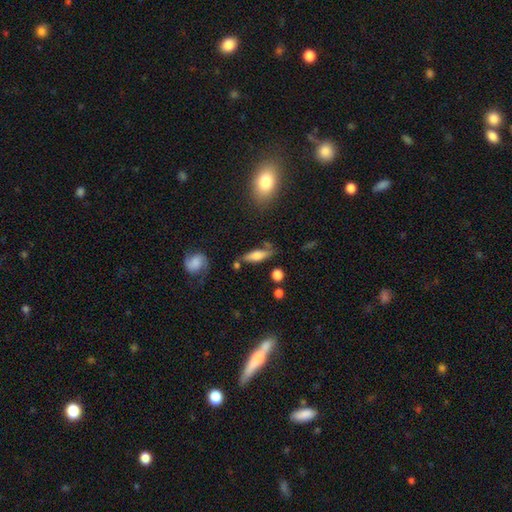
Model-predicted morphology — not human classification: Smooth or featured?
  - smooth: 64% *
  - featured or disk: 29%
  - star or artifact: 8%
How rounded?
  - in between: 49% *
  - cigar-shaped: 47%
  - round: 4%
Merging?
  - none: 67% *
  - minor disturbance: 20%
  - merger: 7%
  - major disturbance: 6%